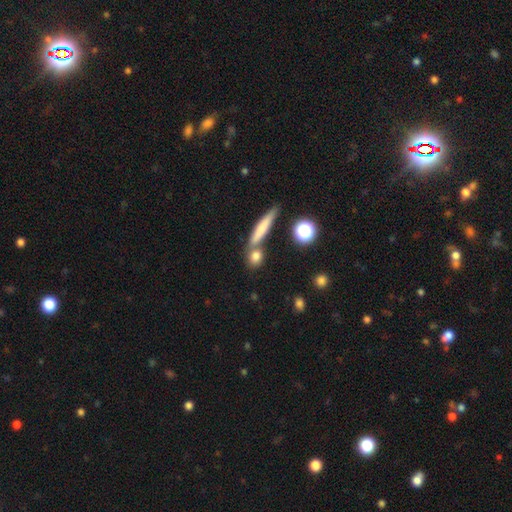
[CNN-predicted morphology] Smooth or featured: smooth — 77% (featured or disk — 12%)
How rounded: round — 54% (cigar-shaped — 23%)
Merging: none — 62% (merger — 24%)